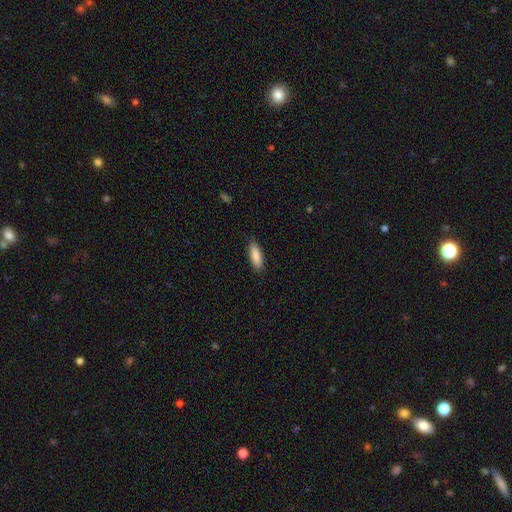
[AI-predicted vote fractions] Smooth or featured? smooth (88%)
How rounded? in between (58%)
Merging? none (87%)